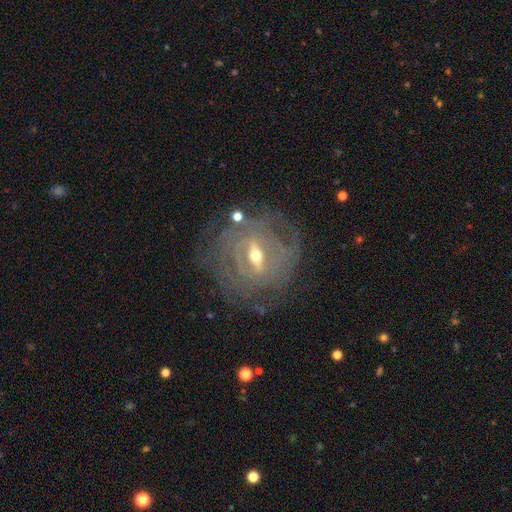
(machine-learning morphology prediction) This is clearly a featured or disk galaxy (88%). It is clearly not viewed edge-on (91%). Bar: likely strong (60%). Spiral arm pattern: clearly yes (84%). Spiral arm count: possibly can't tell (47%). Spiral winding: likely tight (72%). Central bulge: possibly moderate (54%). Merging: likely none (72%).